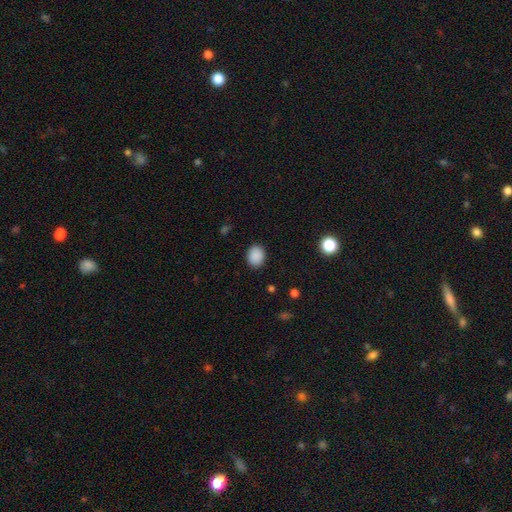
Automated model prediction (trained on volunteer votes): A smooth galaxy with no disk features (89%) that is round (50%).

Vote fractions:
- Smooth or featured? smooth: 89% / star or artifact: 8% / featured or disk: 3%
- How rounded? round: 50% / in between: 49% / cigar-shaped: 1%
- Merging? none: 88% / minor disturbance: 8% / major disturbance: 2% / merger: 1%